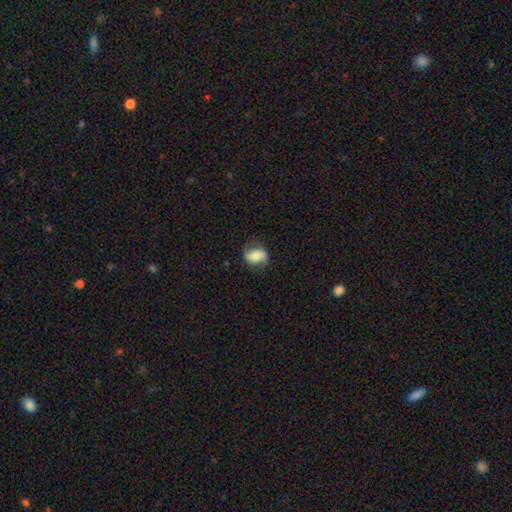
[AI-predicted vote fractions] A smooth galaxy with no disk features (56%) that is in between round and cigar-shaped (78%).

Vote fractions:
- Smooth or featured? smooth: 56% / featured or disk: 36% / star or artifact: 8%
- How rounded? in between: 78% / round: 18% / cigar-shaped: 4%
- Merging? none: 66% / minor disturbance: 23% / major disturbance: 9% / merger: 2%